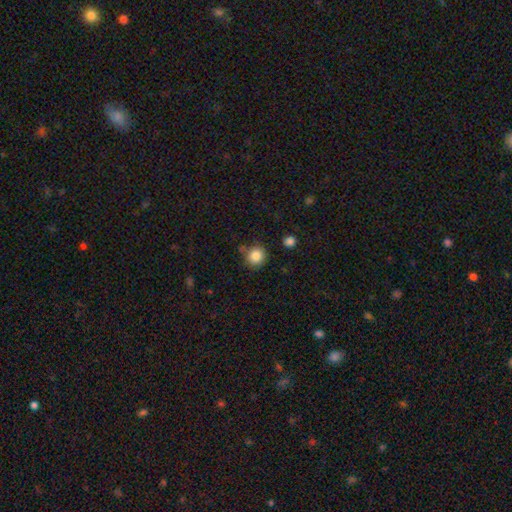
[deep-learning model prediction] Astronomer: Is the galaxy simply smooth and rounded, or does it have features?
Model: smooth — 86%.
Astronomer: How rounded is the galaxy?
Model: round — 90%.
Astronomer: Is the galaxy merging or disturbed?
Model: none — 81%.